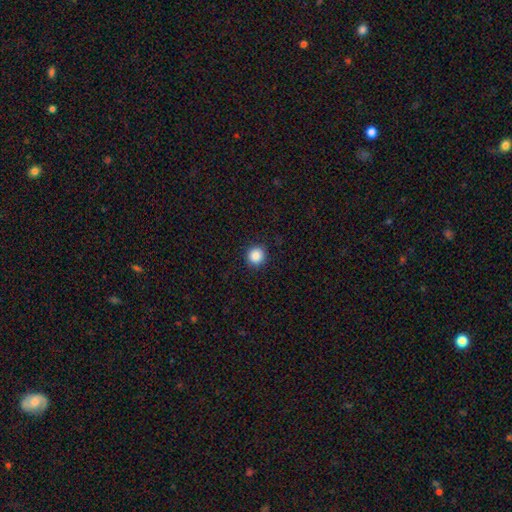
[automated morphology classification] This is clearly a smooth galaxy (87%). How rounded: clearly round (94%). Merging: clearly none (92%).